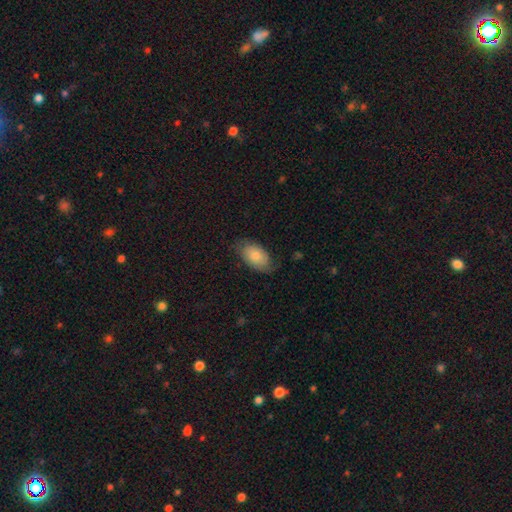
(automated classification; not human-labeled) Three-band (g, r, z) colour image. It shows a smooth galaxy with no disk features (72%) that is in between round and cigar-shaped (93%). Merging: none (69%).